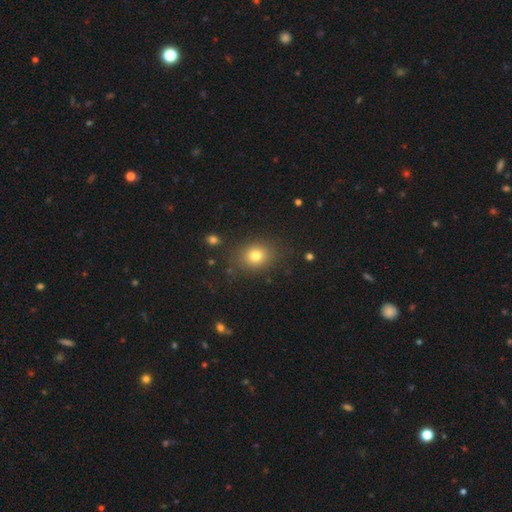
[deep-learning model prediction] A smooth galaxy with no disk features (77%) that is round (57%). Merging: none (83%).